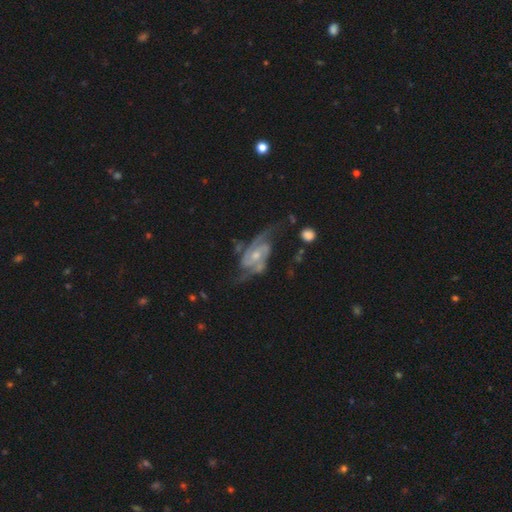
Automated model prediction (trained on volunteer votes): Smooth or featured: featured or disk — 90% (smooth — 5%)
Edge-on disk: no — 97% (yes — 3%)
Bar: no — 48% (weak — 39%)
Spiral arms: yes — 97% (no — 3%)
Spiral winding: medium — 51% (tight — 31%)
Spiral arm count: 2 — 80% (3 — 9%)
Bulge size: moderate — 49% (small — 44%)
Merging: none — 58% (minor disturbance — 22%)